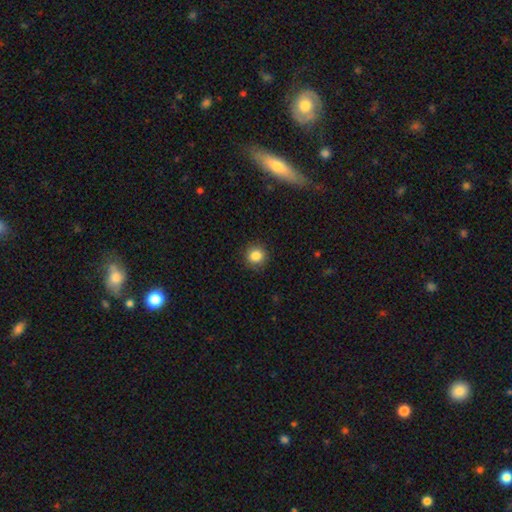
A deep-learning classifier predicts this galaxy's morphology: Smooth or featured? Predicted: smooth (p=0.85). How rounded? Predicted: round (p=0.92). Merging? Predicted: none (p=0.90).